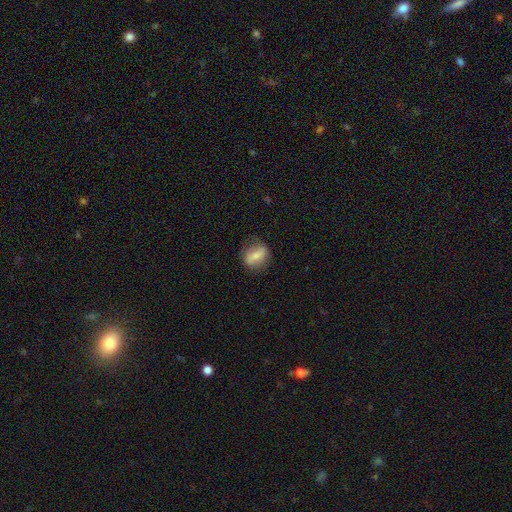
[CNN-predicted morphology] A smooth galaxy with no disk features (56%) that is in between round and cigar-shaped (53%).

Vote fractions:
- Smooth or featured? smooth: 56% / featured or disk: 36% / star or artifact: 8%
- How rounded? in between: 53% / round: 42% / cigar-shaped: 5%
- Merging? none: 74% / minor disturbance: 18% / major disturbance: 6% / merger: 1%